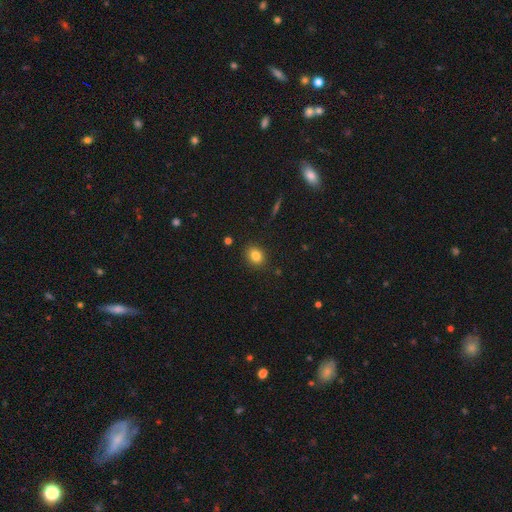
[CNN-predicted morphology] Smooth or featured? smooth (83%)
How rounded? in between (50%)
Merging? none (87%)